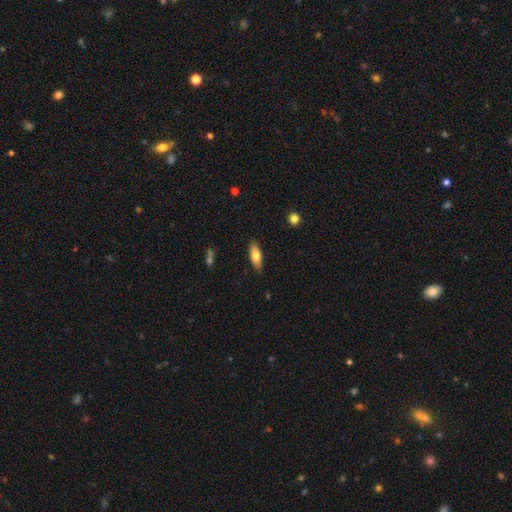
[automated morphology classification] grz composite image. It shows a smooth galaxy with no disk features (73%) that is in between round and cigar-shaped (69%). Merging: none (86%).